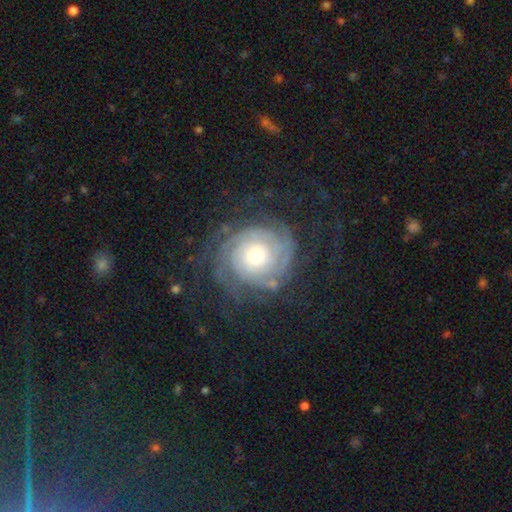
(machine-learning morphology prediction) Smooth or featured?
  - featured or disk: 83% *
  - smooth: 10%
  - star or artifact: 7%
Edge-on disk?
  - no: 97% *
  - yes: 3%
Bar?
  - no: 82% *
  - weak: 14%
  - strong: 4%
Spiral arms?
  - yes: 95% *
  - no: 5%
Spiral winding?
  - tight: 78% *
  - medium: 16%
  - loose: 5%
Spiral arm count?
  - can't tell: 37% *
  - 2: 20%
  - 3: 15%
  - 4: 12%
  - more than 4: 9%
  - 1: 7%
Bulge size?
  - moderate: 56% *
  - small: 33%
  - large: 9%
  - dominant: 2%
  - none: 1%
Merging?
  - none: 70% *
  - minor disturbance: 15%
  - major disturbance: 13%
  - merger: 2%